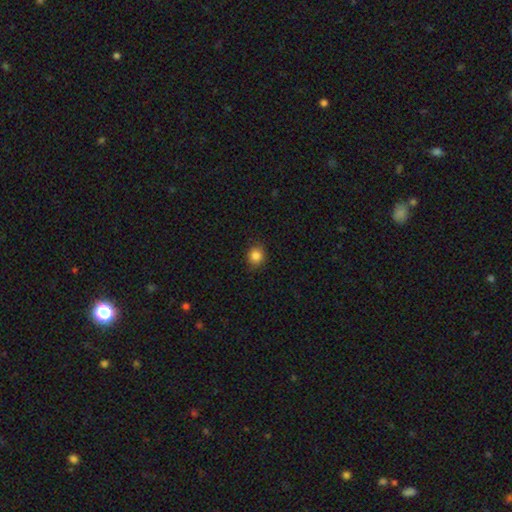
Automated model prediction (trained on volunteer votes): The model was most divided on "how rounded": round: 83%, in between: 16%, cigar-shaped: 1%. More confident: merging — none (89%); smooth or featured — smooth (85%).